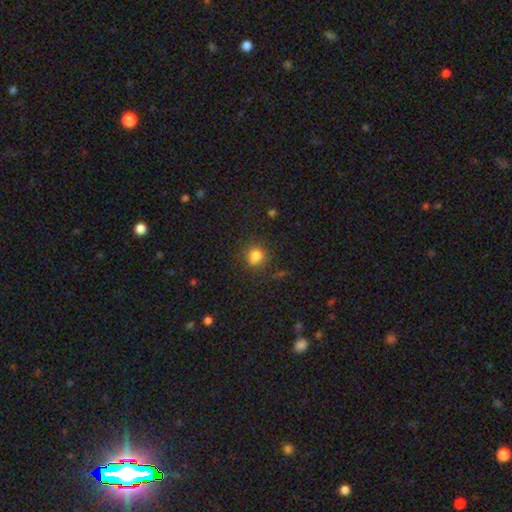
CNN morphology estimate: A smooth galaxy with no disk features (80%) that is round (80%).

Vote fractions:
- Smooth or featured? smooth: 80% / star or artifact: 14% / featured or disk: 6%
- How rounded? round: 80% / in between: 19% / cigar-shaped: 1%
- Merging? none: 78% / minor disturbance: 14% / major disturbance: 5% / merger: 3%